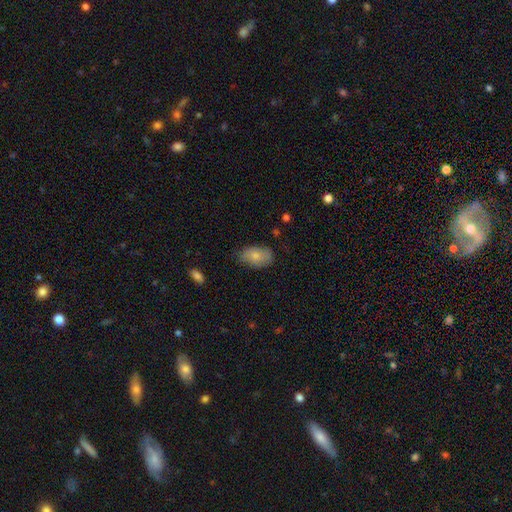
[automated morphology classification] The model was most divided on "merging": none: 64%, minor disturbance: 29%, major disturbance: 6%, merger: 1%. More confident: how rounded — in between (90%); smooth or featured — smooth (76%).